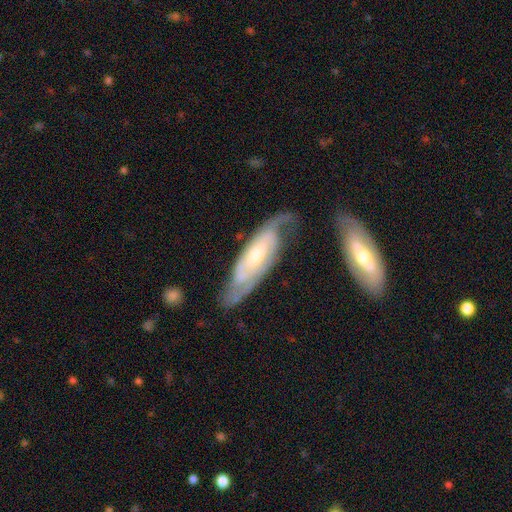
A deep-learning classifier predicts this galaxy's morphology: Smooth or featured? featured or disk (79%)
Edge-on disk? no (84%)
Bar? no (54%)
Spiral arms? yes (93%)
Spiral winding? tight (51%)
Spiral arm count? 2 (58%)
Bulge size? moderate (47%)
Merging? none (62%)